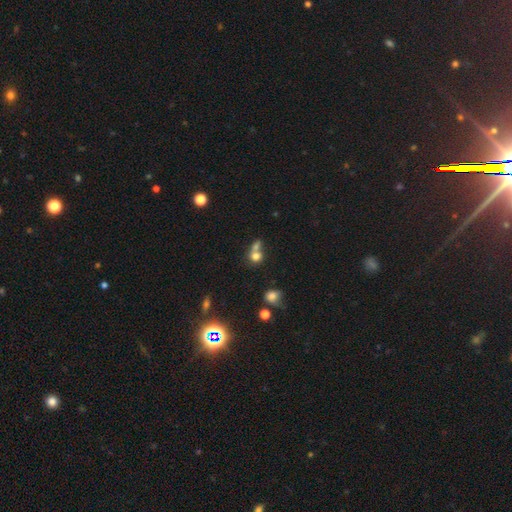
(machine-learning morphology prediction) This appears to be a smooth galaxy with no disk features (72%) that is round (68%). Merging: merger (58%).